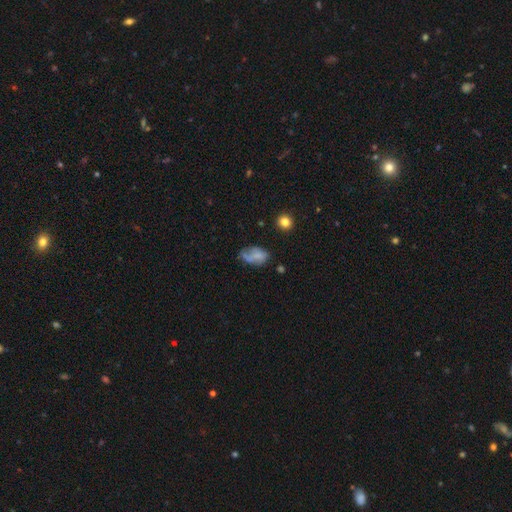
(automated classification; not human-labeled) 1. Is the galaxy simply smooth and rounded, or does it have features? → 58% smooth, 30% featured or disk, 12% star or artifact.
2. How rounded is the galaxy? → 88% in between, 10% round, 3% cigar-shaped.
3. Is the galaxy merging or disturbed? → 41% none, 31% minor disturbance, 20% major disturbance, 8% merger.